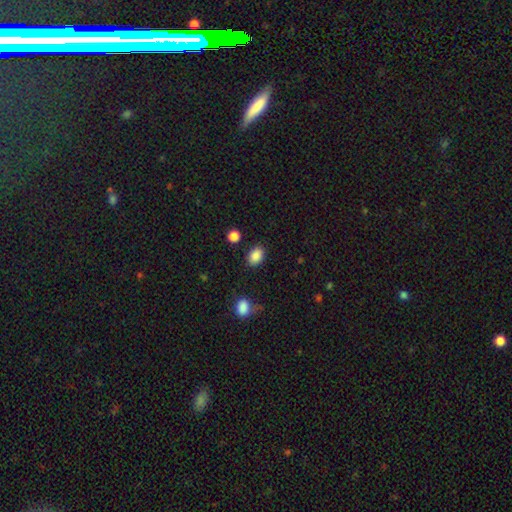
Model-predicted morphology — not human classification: smooth_or_featured: smooth (p=0.87) [alt: star or artifact p=0.09]
how_rounded: in between (p=0.76) [alt: round p=0.23]
merging: none (p=0.84) [alt: minor disturbance p=0.10]